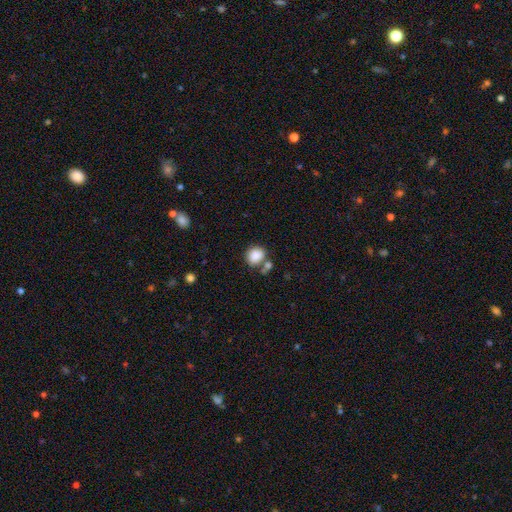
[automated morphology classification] This appears to be a smooth galaxy with no disk features (86%) that is round (67%). Merging: none (55%).